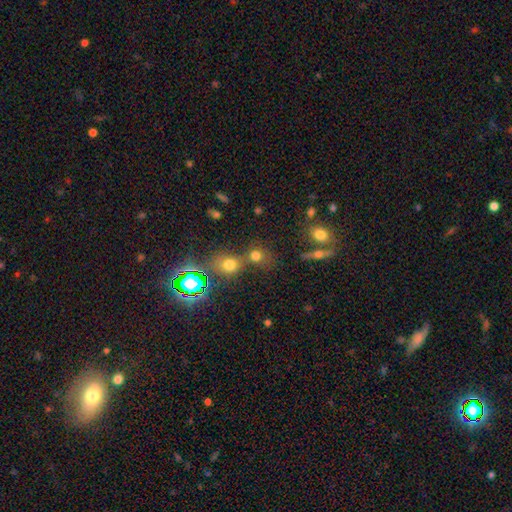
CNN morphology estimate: Smooth or featured? smooth (68%)
How rounded? round (79%)
Merging? none (49%)